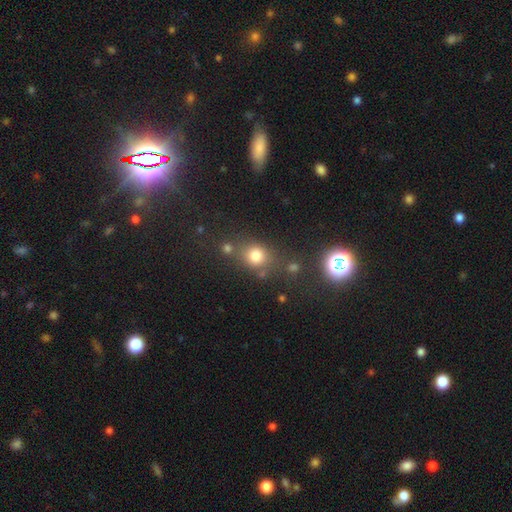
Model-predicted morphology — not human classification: This is likely a smooth galaxy (75%). How rounded: likely round (72%). Merging: likely none (62%).